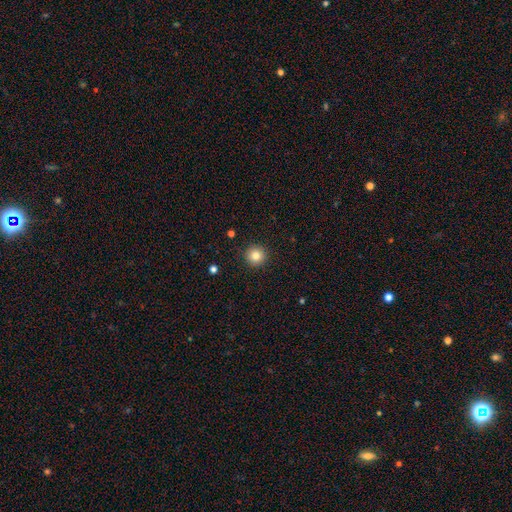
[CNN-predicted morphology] A smooth galaxy with no disk features (83%) that is round (95%).

Vote fractions:
- Smooth or featured? smooth: 83% / star or artifact: 11% / featured or disk: 6%
- How rounded? round: 95% / in between: 4% / cigar-shaped: 1%
- Merging? none: 92% / minor disturbance: 5% / major disturbance: 2% / merger: 1%